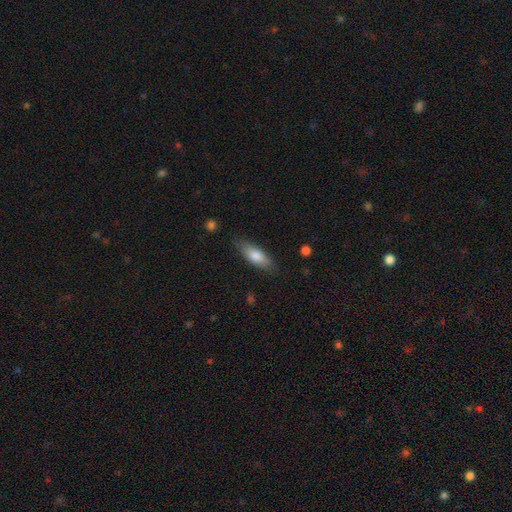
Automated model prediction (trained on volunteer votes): Smooth or featured? smooth (78%)
How rounded? in between (65%)
Merging? none (81%)